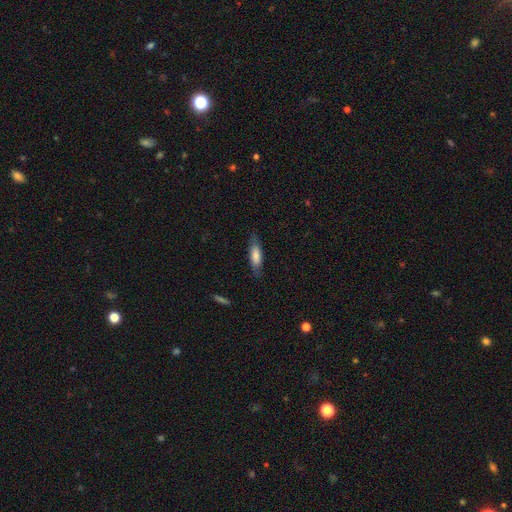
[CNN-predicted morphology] smooth-or-featured: smooth: 70% | featured or disk: 24% | star or artifact: 6%
  how-rounded: cigar-shaped: 50% | in between: 48% | round: 2%
  merging: none: 78% | minor disturbance: 16% | major disturbance: 5% | merger: 1%